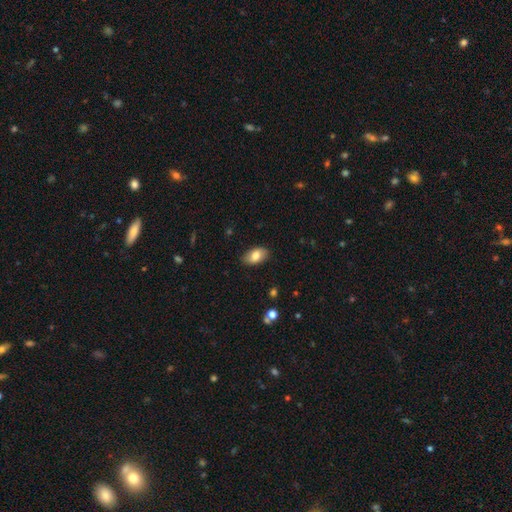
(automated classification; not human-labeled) smooth_or_featured: smooth (p=0.79) [alt: featured or disk p=0.14]
how_rounded: in between (p=0.92) [alt: round p=0.06]
merging: none (p=0.85) [alt: minor disturbance p=0.12]